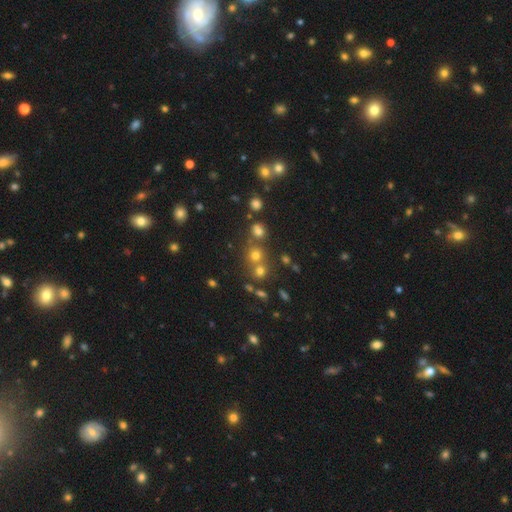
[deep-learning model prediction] Smooth or featured?
  - smooth: 55% *
  - star or artifact: 34%
  - featured or disk: 11%
How rounded?
  - round: 87% *
  - in between: 12%
  - cigar-shaped: 1%
Merging?
  - none: 62% *
  - merger: 28%
  - minor disturbance: 7%
  - major disturbance: 3%